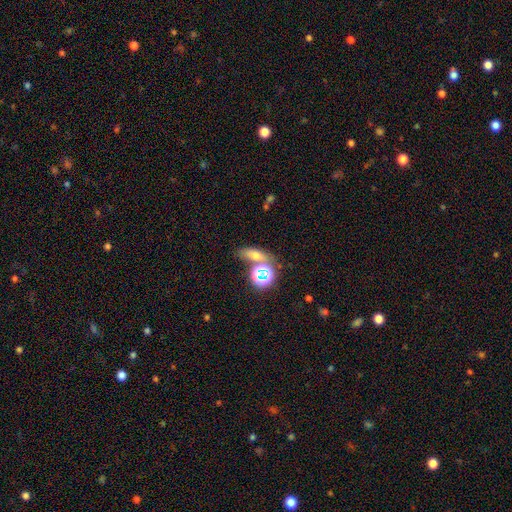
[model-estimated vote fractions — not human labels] The model was most divided on "smooth or featured": smooth: 47%, star or artifact: 32%, featured or disk: 21%. More confident: merging — none (63%).